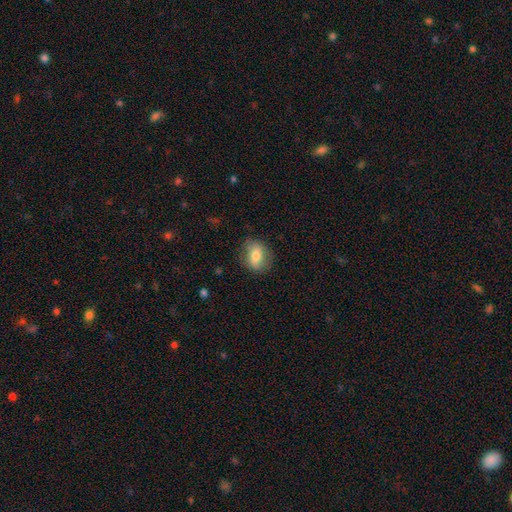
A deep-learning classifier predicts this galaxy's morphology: type=smooth (72%); roundness=in between (64%); merging=none (77%).